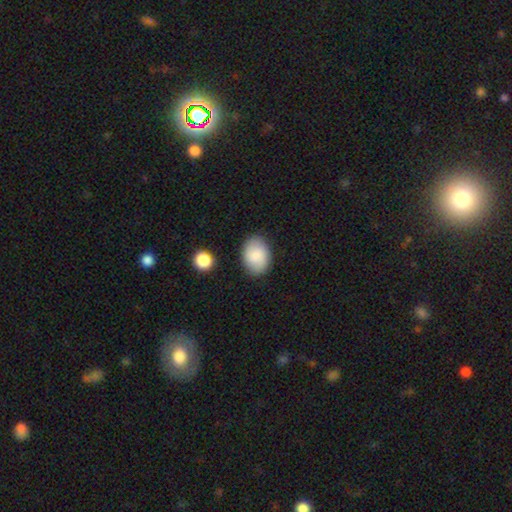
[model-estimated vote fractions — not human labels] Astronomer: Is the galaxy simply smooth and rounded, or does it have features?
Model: smooth — 83%.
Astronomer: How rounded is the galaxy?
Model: in between — 78%.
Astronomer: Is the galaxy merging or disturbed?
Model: none — 84%.